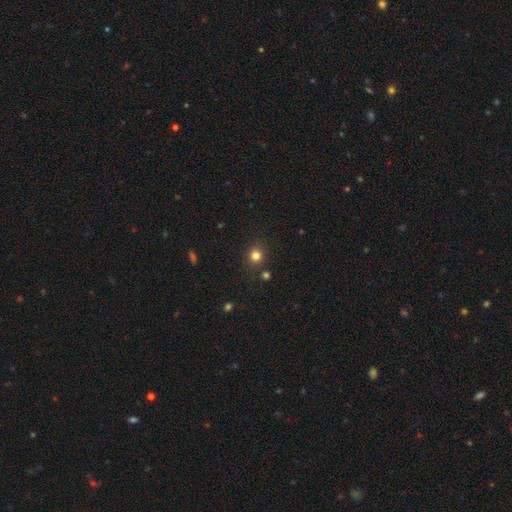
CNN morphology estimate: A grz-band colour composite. It shows a smooth galaxy with no disk features (80%) that is round (85%). Merging: none (83%).